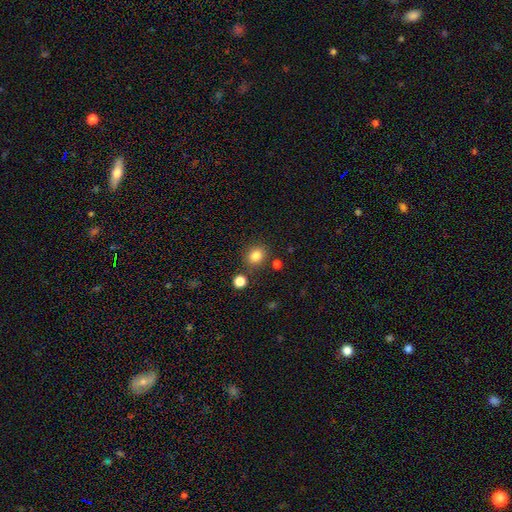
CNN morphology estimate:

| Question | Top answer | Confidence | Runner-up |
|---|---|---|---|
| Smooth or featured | smooth | 83% | star or artifact (12%) |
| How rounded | round | 69% | in between (30%) |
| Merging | none | 82% | minor disturbance (10%) |